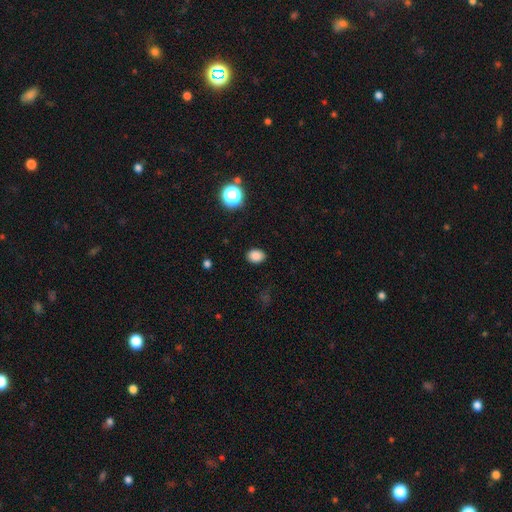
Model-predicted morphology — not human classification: A smooth galaxy with no disk features (85%) that is in between round and cigar-shaped (63%).

Vote fractions:
- Smooth or featured? smooth: 85% / star or artifact: 12% / featured or disk: 3%
- How rounded? in between: 63% / round: 36% / cigar-shaped: 1%
- Merging? none: 88% / minor disturbance: 9% / major disturbance: 3% / merger: 1%